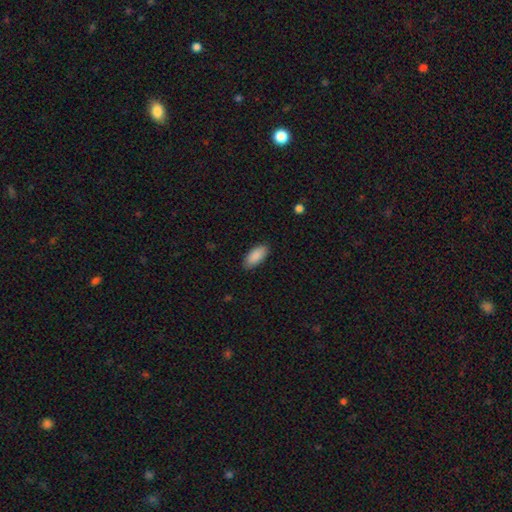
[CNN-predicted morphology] A smooth galaxy with no disk features (90%) that is in between round and cigar-shaped (89%). Merging: none (88%).